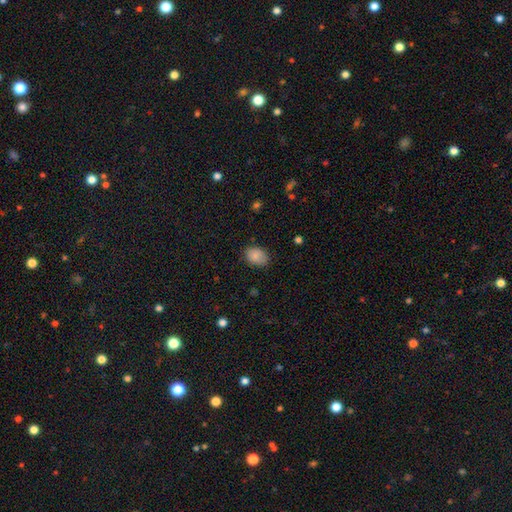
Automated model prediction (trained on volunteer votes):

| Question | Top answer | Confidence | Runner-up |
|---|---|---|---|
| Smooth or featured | smooth | 85% | star or artifact (8%) |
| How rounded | in between | 74% | round (25%) |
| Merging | none | 80% | minor disturbance (16%) |